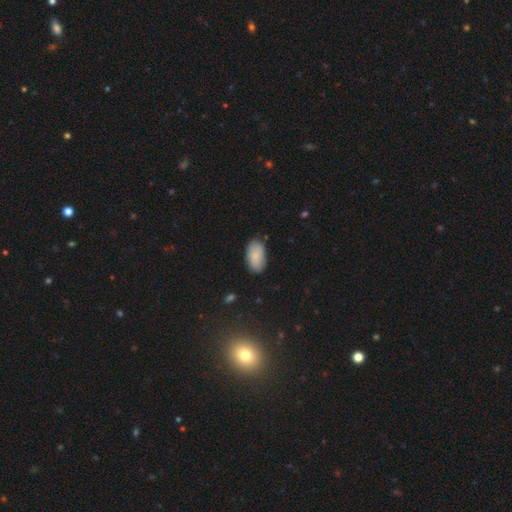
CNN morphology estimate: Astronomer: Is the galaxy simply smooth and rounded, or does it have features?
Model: smooth — 87%.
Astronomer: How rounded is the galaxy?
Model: in between — 95%.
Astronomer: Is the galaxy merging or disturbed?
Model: none — 83%.